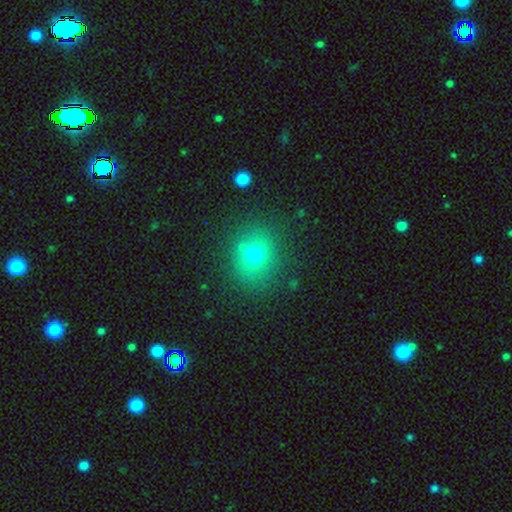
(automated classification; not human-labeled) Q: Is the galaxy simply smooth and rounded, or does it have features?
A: smooth — 69%.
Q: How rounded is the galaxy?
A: round — 72%.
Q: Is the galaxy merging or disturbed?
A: none — 73%.